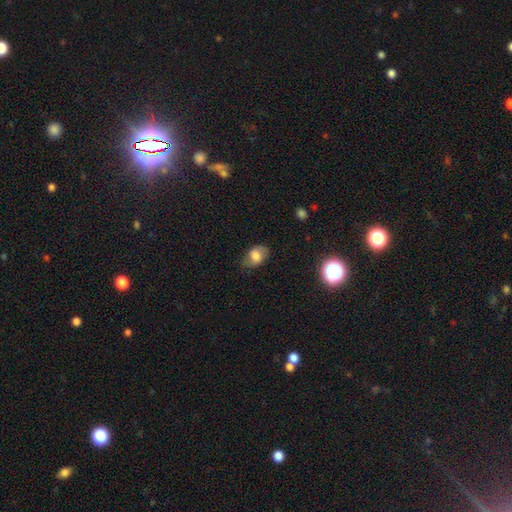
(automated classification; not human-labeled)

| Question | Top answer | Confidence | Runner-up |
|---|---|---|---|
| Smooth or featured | smooth | 66% | featured or disk (23%) |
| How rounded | in between | 83% | round (16%) |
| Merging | none | 71% | minor disturbance (21%) |